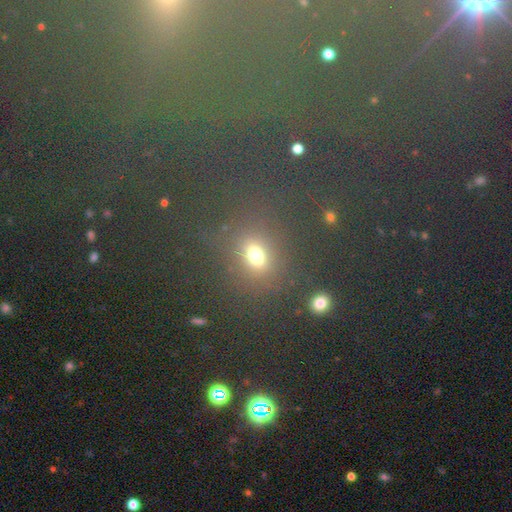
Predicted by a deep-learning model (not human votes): Smooth or featured? Predicted: smooth (p=0.65). How rounded? Predicted: in between (p=0.51). Merging? Predicted: none (p=0.72).